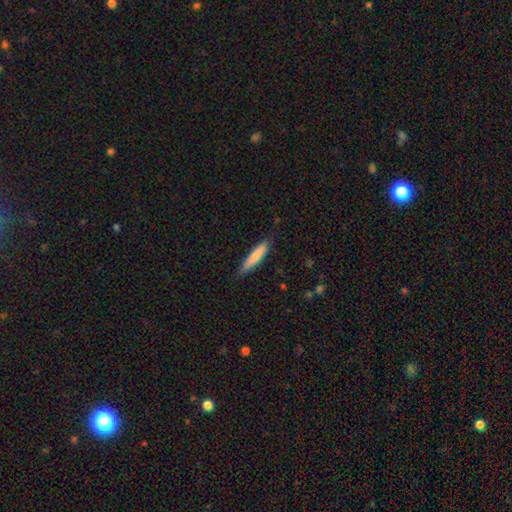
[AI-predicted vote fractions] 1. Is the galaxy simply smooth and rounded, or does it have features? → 80% smooth, 14% featured or disk, 5% star or artifact.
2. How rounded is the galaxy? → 85% cigar-shaped, 14% in between, 1% round.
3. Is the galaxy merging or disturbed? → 82% none, 14% minor disturbance, 2% major disturbance, 1% merger.